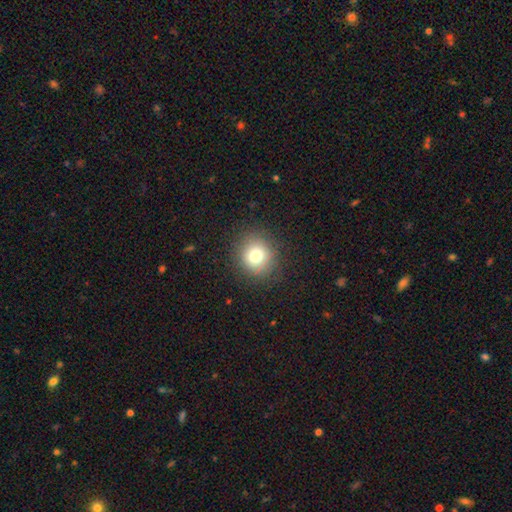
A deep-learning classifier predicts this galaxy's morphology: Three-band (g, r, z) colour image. It shows a smooth galaxy with no disk features (77%) that is round (88%). Merging: none (88%).